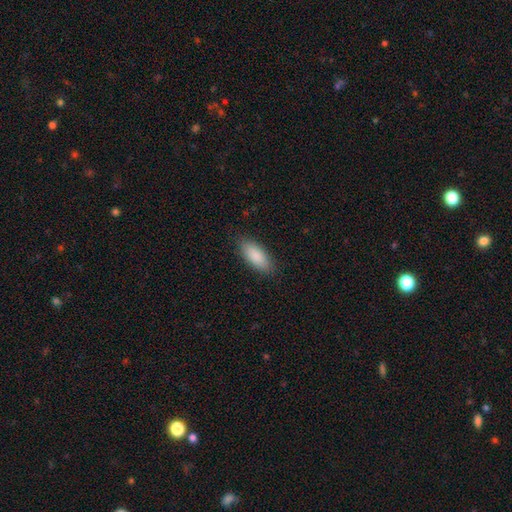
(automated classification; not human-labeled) smooth 88%, featured or disk 6%, star or artifact 6%. Down the decision tree: how rounded — in between (83%); merging — none (86%).